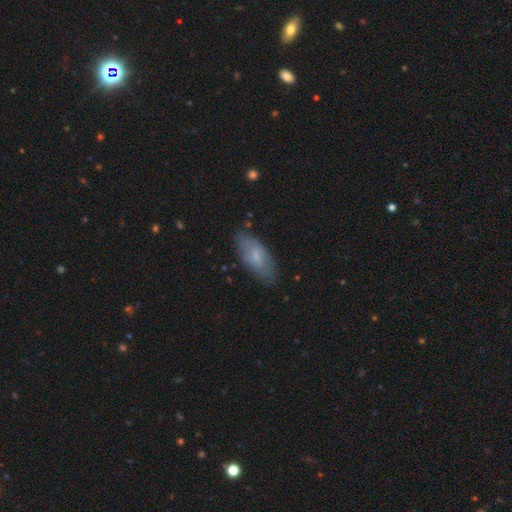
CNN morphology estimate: A smooth galaxy with no disk features (67%) that is in between round and cigar-shaped (82%). Merging: none (78%).